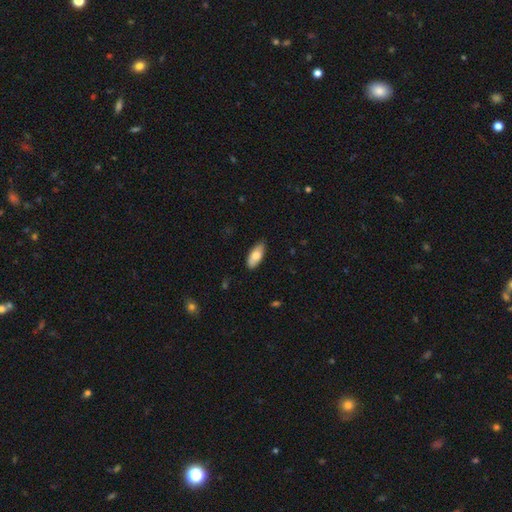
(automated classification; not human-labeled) smooth-or-featured: smooth: 78% | featured or disk: 16% | star or artifact: 6%
  how-rounded: in between: 84% | cigar-shaped: 14% | round: 2%
  merging: none: 84% | minor disturbance: 13% | major disturbance: 2% | merger: 1%